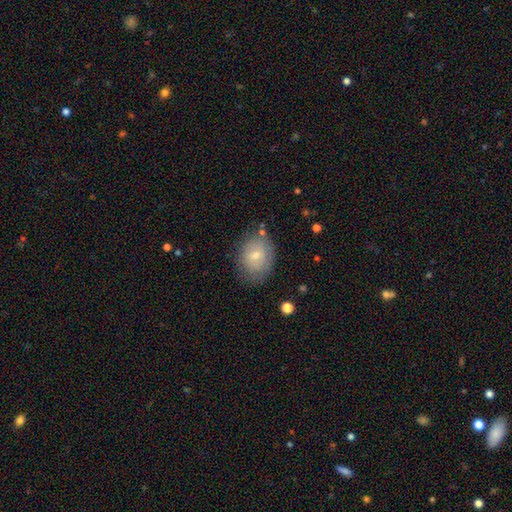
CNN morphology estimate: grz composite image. It shows a smooth galaxy with no disk features (69%) that is in between round and cigar-shaped (65%). Merging: none (70%).